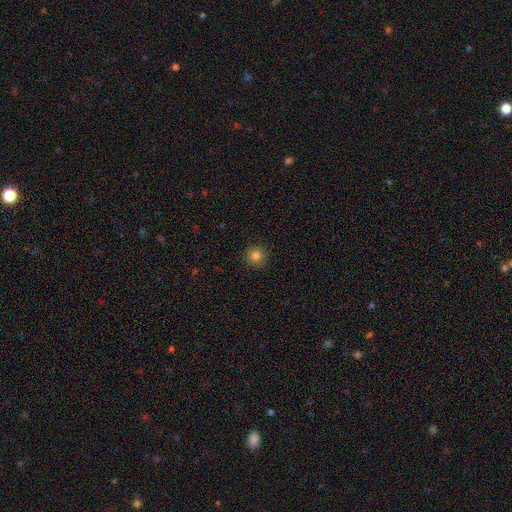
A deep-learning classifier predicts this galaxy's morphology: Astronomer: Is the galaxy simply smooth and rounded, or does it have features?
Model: smooth — 80%.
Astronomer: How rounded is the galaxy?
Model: round — 94%.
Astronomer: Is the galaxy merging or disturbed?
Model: none — 91%.